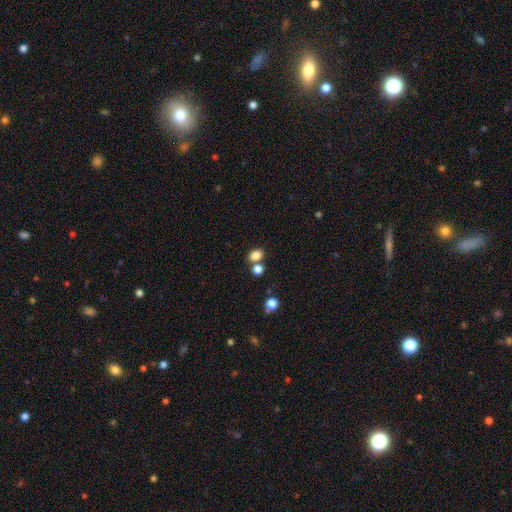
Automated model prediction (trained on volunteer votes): The model was most divided on "how rounded": in between: 62%, round: 37%, cigar-shaped: 1%. More confident: smooth or featured — smooth (83%); merging — none (62%).